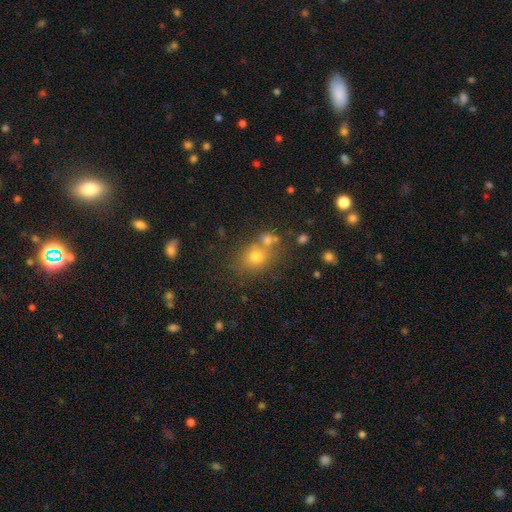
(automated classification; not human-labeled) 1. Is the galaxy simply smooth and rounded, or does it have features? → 63% smooth, 23% star or artifact, 13% featured or disk.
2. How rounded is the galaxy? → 69% round, 30% in between, 1% cigar-shaped.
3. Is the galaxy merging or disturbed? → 56% none, 30% merger, 10% minor disturbance, 4% major disturbance.